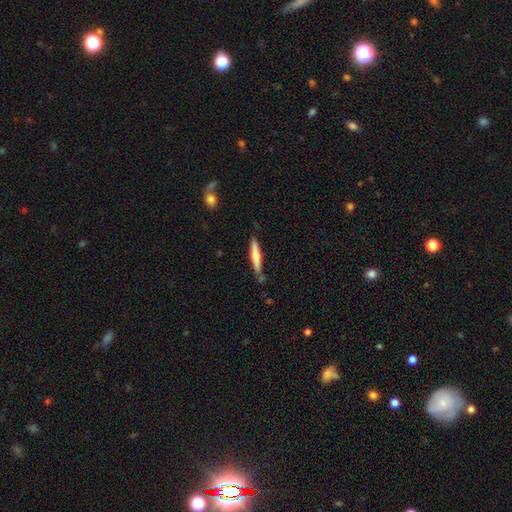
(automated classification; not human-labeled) Overall: smooth (51%; featured or disk 43%). How rounded: cigar-shaped (91%). Merging: none (78%).